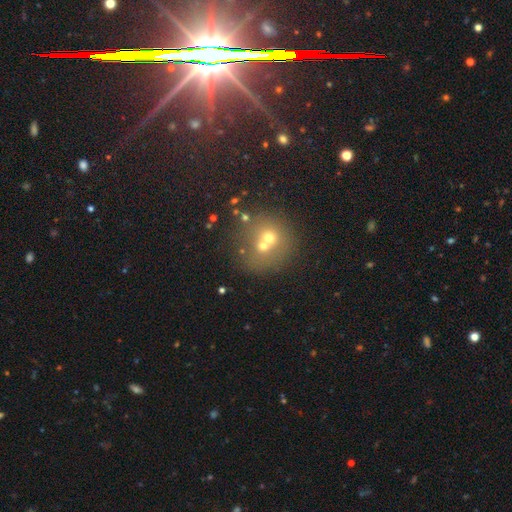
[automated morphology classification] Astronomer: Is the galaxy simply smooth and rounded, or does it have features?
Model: smooth — 41% (runner-up: star or artifact, 40%).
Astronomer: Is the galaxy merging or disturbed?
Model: none — 53% (runner-up: merger, 32%).